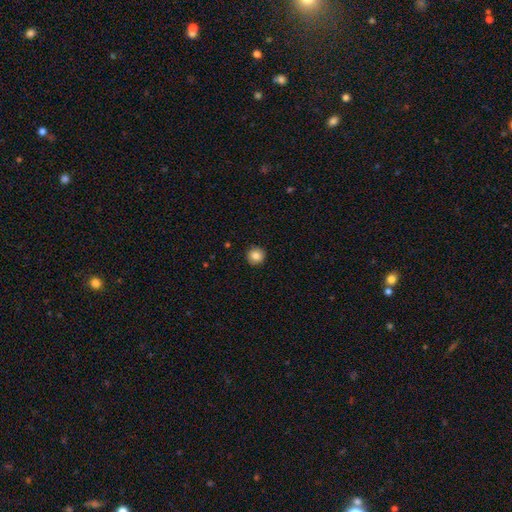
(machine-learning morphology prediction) A smooth galaxy with no disk features (86%) that is round (95%). Merging: none (92%).